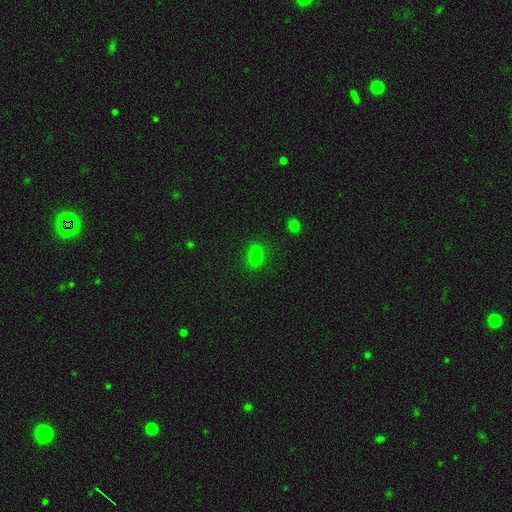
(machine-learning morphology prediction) smooth 79%, star or artifact 15%, featured or disk 6%. Down the decision tree: how rounded — in between (73%); merging — none (83%).